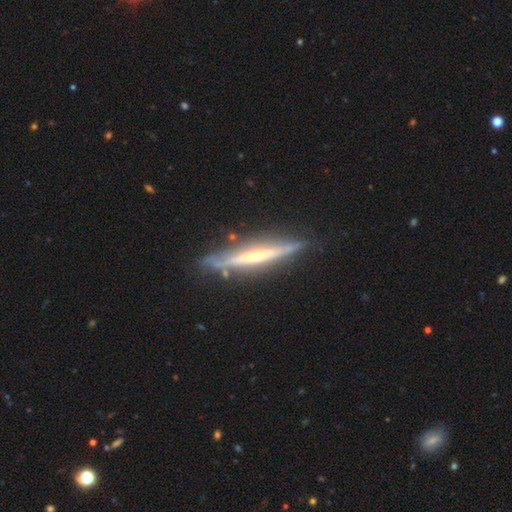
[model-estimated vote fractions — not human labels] Q: Smooth or featured?
A: featured or disk (81%); runner-up: smooth (14%)
Q: Edge-on disk?
A: yes (93%); runner-up: no (7%)
Q: Edge-on bulge?
A: rounded (75%); runner-up: none (21%)
Q: Merging?
A: none (81%); runner-up: minor disturbance (13%)